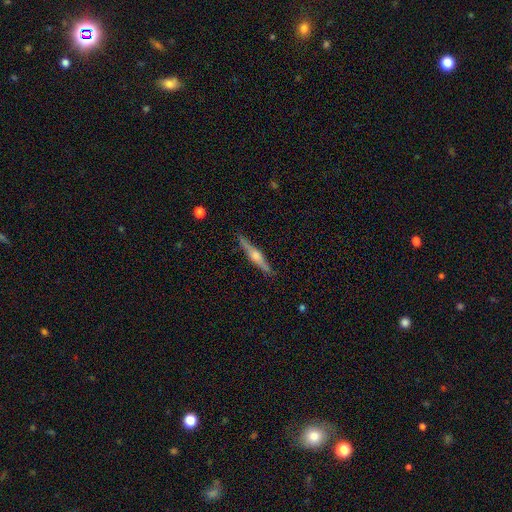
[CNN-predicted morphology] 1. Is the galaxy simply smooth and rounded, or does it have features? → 75% featured or disk, 19% smooth, 5% star or artifact.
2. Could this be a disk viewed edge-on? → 98% yes, 2% no.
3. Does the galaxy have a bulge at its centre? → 90% rounded, 6% boxy, 4% none.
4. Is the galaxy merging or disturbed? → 90% none, 8% minor disturbance, 1% major disturbance, 1% merger.